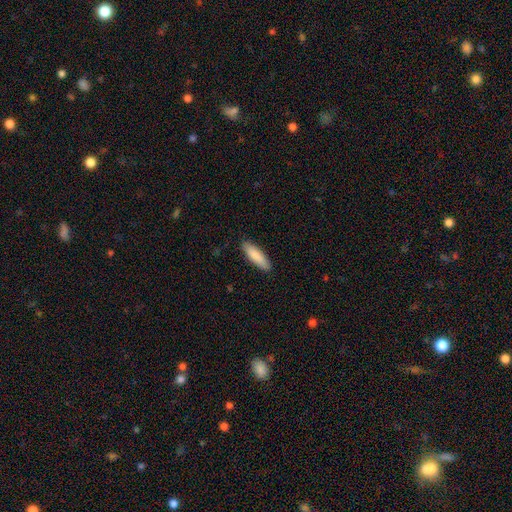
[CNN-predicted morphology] Smooth or featured? smooth (87%)
How rounded? cigar-shaped (58%)
Merging? none (88%)